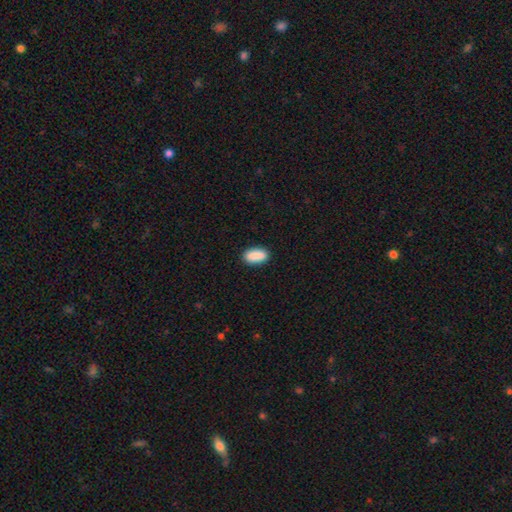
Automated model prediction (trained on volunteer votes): Smooth or featured? Predicted: smooth (p=0.90). How rounded? Predicted: in between (p=0.88). Merging? Predicted: none (p=0.89).